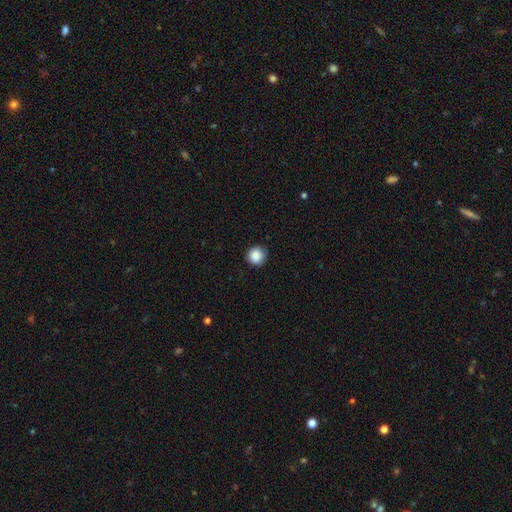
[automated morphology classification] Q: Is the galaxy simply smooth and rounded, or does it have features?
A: smooth — 88%.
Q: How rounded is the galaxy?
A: round — 94%.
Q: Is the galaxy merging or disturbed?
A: none — 86%.